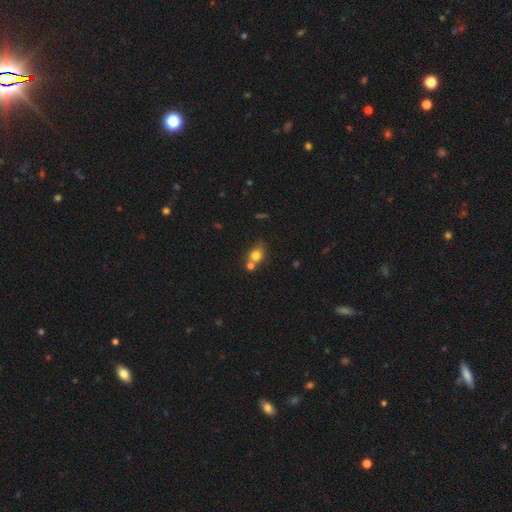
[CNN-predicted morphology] Q: Smooth or featured?
A: smooth (77%); runner-up: star or artifact (13%)
Q: How rounded?
A: round (67%); runner-up: in between (32%)
Q: Merging?
A: none (48%); runner-up: merger (37%)